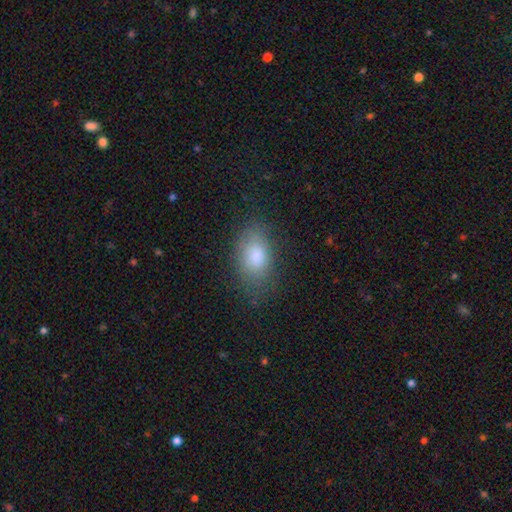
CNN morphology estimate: Smooth or featured?
  - smooth: 81% *
  - featured or disk: 10%
  - star or artifact: 8%
How rounded?
  - in between: 89% *
  - round: 9%
  - cigar-shaped: 2%
Merging?
  - none: 75% *
  - minor disturbance: 18%
  - major disturbance: 6%
  - merger: 1%